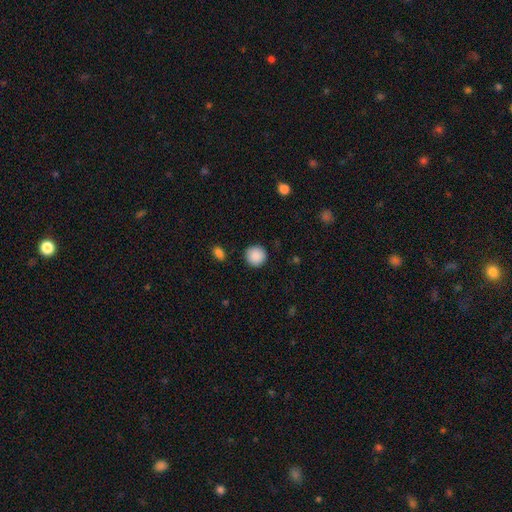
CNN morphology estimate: Overall: smooth (90%). How rounded: round (94%). Merging: none (90%).